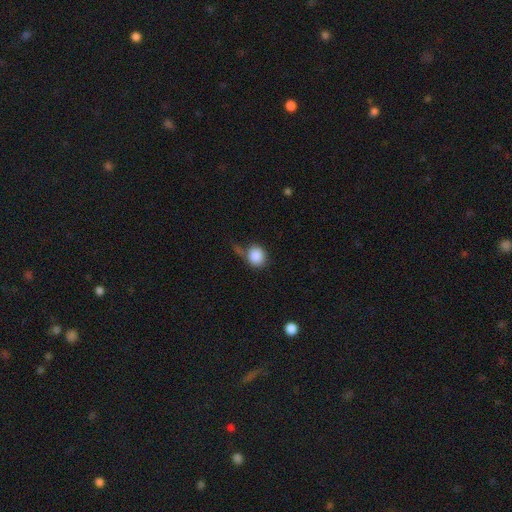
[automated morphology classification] The model was most divided on "merging": none: 49%, minor disturbance: 27%, major disturbance: 15%, merger: 10%. More confident: smooth or featured — smooth (87%); how rounded — round (79%).